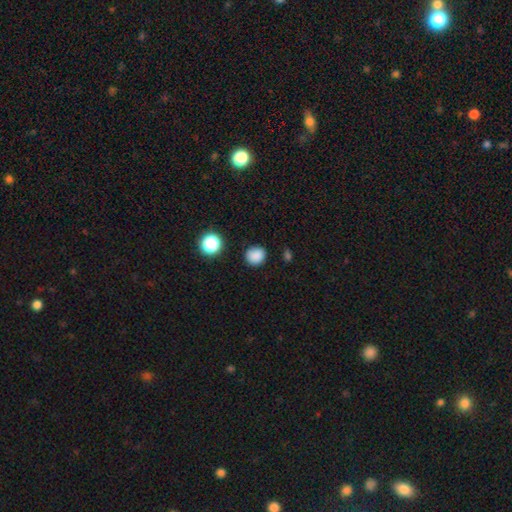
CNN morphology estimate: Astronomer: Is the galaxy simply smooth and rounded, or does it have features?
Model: smooth — 85%.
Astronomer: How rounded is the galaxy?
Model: round — 85%.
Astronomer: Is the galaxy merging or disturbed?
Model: none — 86%.